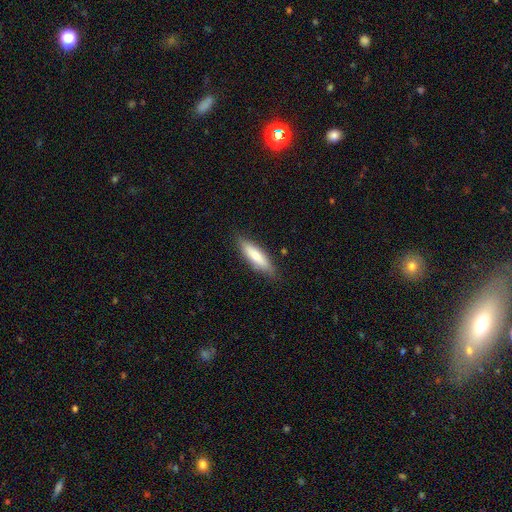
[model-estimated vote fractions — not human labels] Smooth or featured? Predicted: smooth (p=0.73). How rounded? Predicted: cigar-shaped (p=0.62). Merging? Predicted: none (p=0.83).